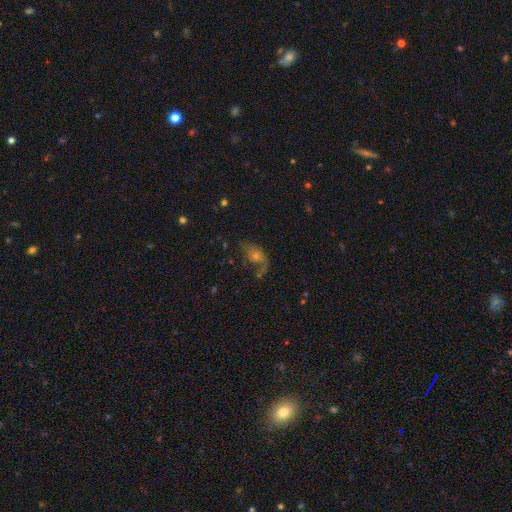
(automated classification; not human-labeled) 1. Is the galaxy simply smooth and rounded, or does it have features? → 52% featured or disk, 31% smooth, 17% star or artifact.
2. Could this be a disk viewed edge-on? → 91% no, 9% yes.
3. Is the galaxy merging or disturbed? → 41% none, 33% major disturbance, 20% minor disturbance, 5% merger.